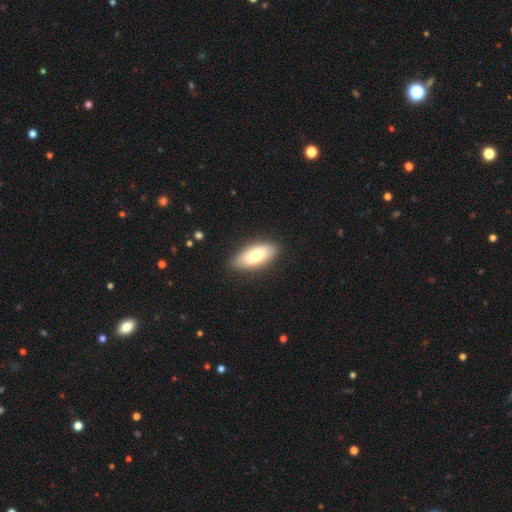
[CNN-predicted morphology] type=smooth (70%); roundness=in between (83%); merging=none (84%).